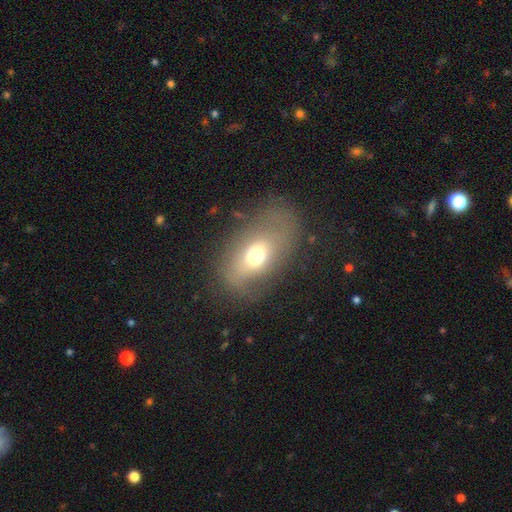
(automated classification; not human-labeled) Smooth or featured?
  - smooth: 56% *
  - featured or disk: 33%
  - star or artifact: 11%
How rounded?
  - in between: 85% *
  - round: 13%
  - cigar-shaped: 2%
Merging?
  - none: 67% *
  - minor disturbance: 19%
  - major disturbance: 13%
  - merger: 2%